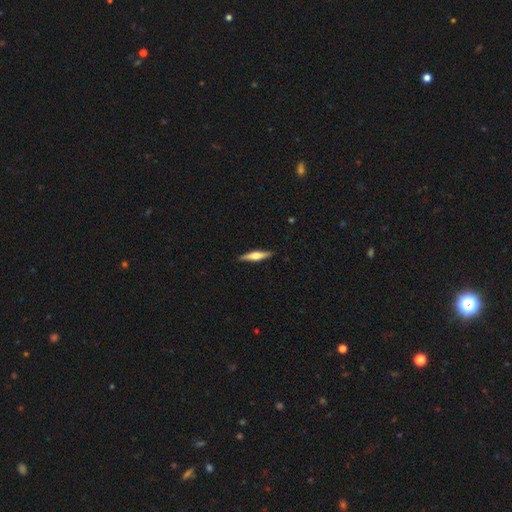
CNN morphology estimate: The model was most divided on "smooth or featured": featured or disk: 54%, smooth: 41%, star or artifact: 5%. More confident: edge-on disk — yes (96%); merging — none (90%); edge-on bulge — rounded (86%).